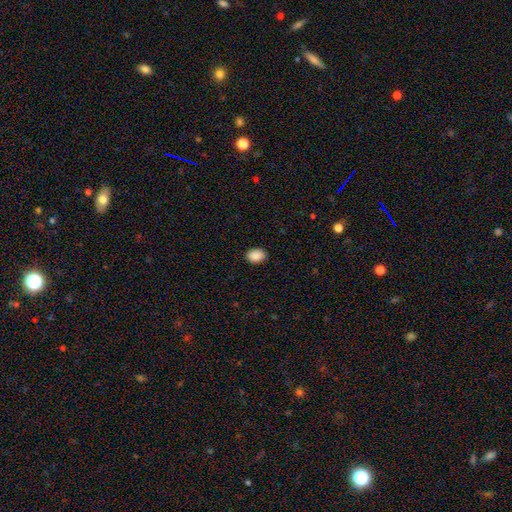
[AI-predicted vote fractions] Smooth or featured?
  - smooth: 90% *
  - star or artifact: 8%
  - featured or disk: 3%
How rounded?
  - in between: 80% *
  - round: 19%
  - cigar-shaped: 1%
Merging?
  - none: 88% *
  - minor disturbance: 9%
  - major disturbance: 2%
  - merger: 1%